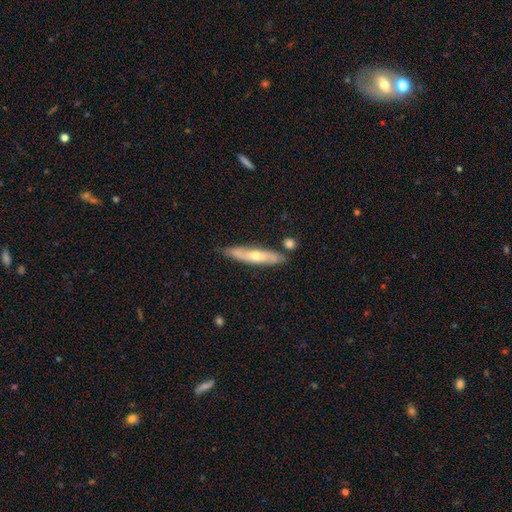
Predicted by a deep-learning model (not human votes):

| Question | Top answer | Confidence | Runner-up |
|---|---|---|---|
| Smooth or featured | featured or disk | 52% | smooth (42%) |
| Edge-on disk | yes | 63% | no (37%) |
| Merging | none | 76% | minor disturbance (16%) |